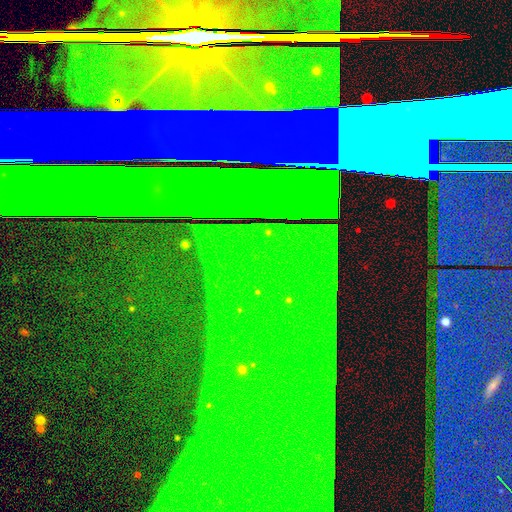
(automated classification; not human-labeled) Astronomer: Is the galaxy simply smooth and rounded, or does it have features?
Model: star or artifact — 86%.